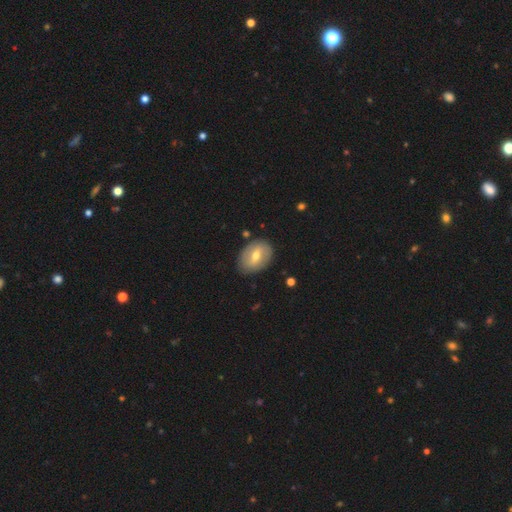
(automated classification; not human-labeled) Smooth or featured: featured or disk — 47% (smooth — 46%)
Merging: none — 82% (minor disturbance — 13%)